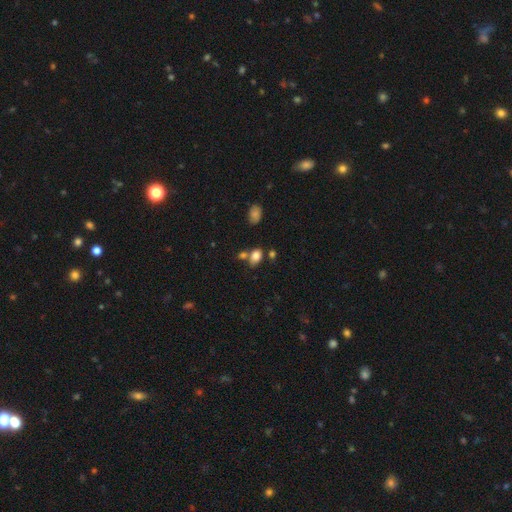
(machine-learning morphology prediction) Q: Smooth or featured?
A: smooth (82%); runner-up: star or artifact (11%)
Q: How rounded?
A: in between (79%); runner-up: round (20%)
Q: Merging?
A: none (56%); runner-up: merger (24%)